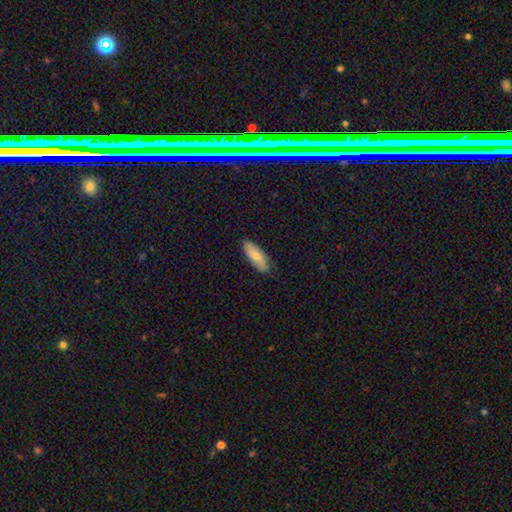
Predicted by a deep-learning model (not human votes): A smooth galaxy with no disk features (73%) that is in between round and cigar-shaped (70%). Merging: none (82%).